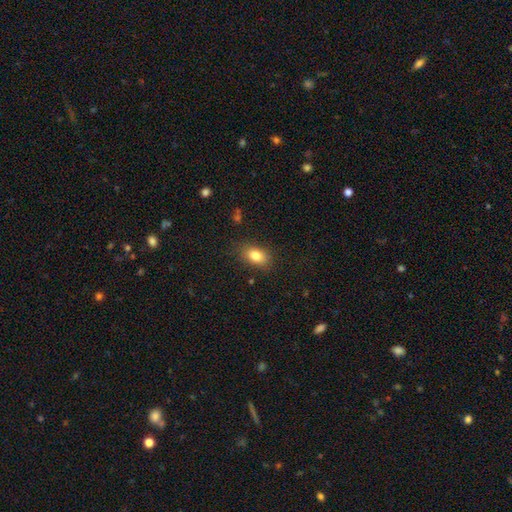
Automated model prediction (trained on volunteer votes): Overall: smooth (82%). How rounded: in between (84%). Merging: none (82%).